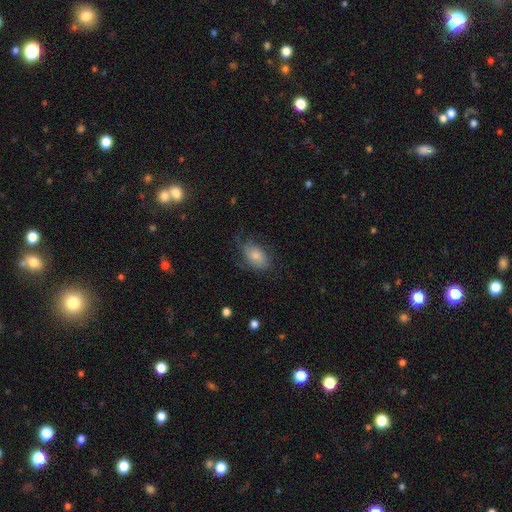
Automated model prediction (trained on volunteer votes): smooth_or_featured: smooth (p=0.76) [alt: featured or disk p=0.16]
how_rounded: in between (p=0.89) [alt: round p=0.09]
merging: none (p=0.57) [alt: minor disturbance p=0.27]